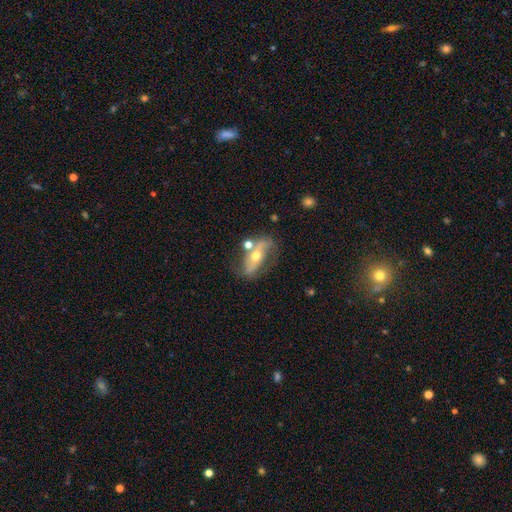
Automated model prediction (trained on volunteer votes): Morphology: type=featured or disk (70%); edge-on=no (84%); bar=no (44%); spiral arms=yes (72%); bulge=moderate (67%); merging=none (58%).